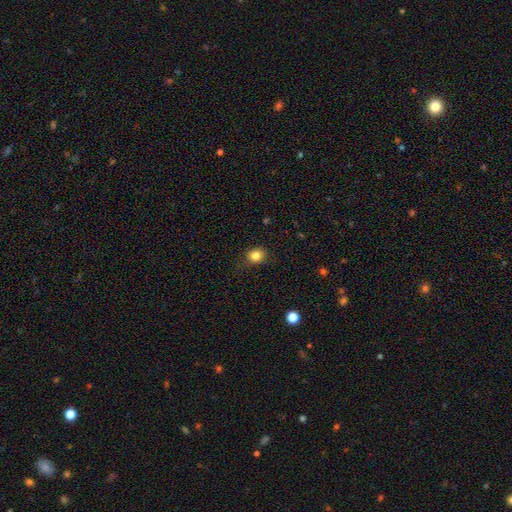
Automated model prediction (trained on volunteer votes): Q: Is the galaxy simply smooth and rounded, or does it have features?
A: smooth — 84%.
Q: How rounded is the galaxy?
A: round — 72%.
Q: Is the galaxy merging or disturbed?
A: none — 82%.